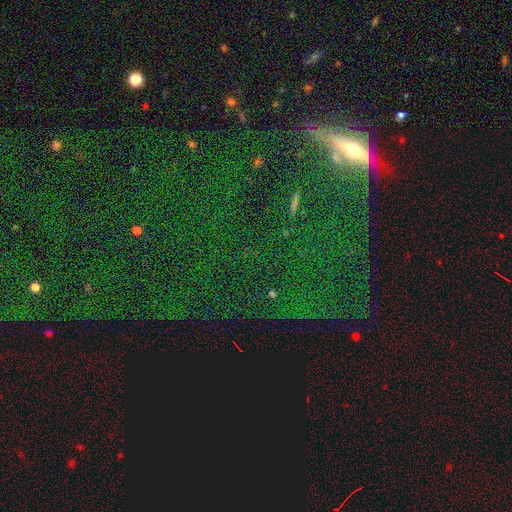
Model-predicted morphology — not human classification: Smooth or featured? star or artifact (72%)